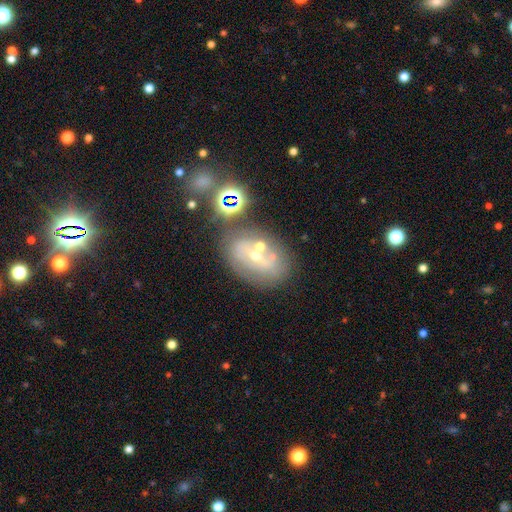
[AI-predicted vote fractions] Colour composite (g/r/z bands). It shows a featured or disk galaxy (56%) with no bar (48%), spiral arms (52%) and a small central bulge (64%). Merging: none (59%).